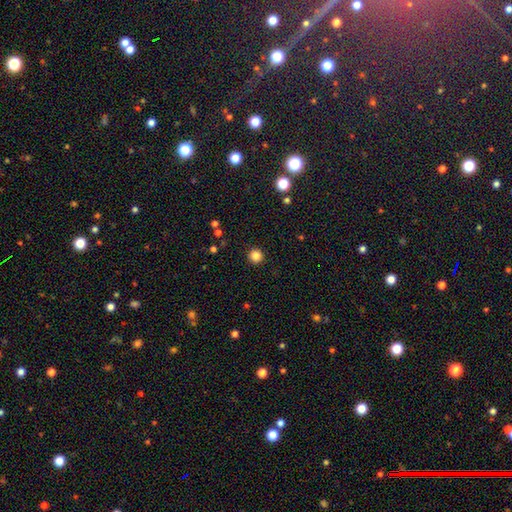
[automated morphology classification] A smooth galaxy with no disk features (85%) that is round (96%).

Vote fractions:
- Smooth or featured? smooth: 85% / star or artifact: 11% / featured or disk: 4%
- How rounded? round: 96% / in between: 3% / cigar-shaped: 1%
- Merging? none: 93% / minor disturbance: 4% / major disturbance: 2% / merger: 1%